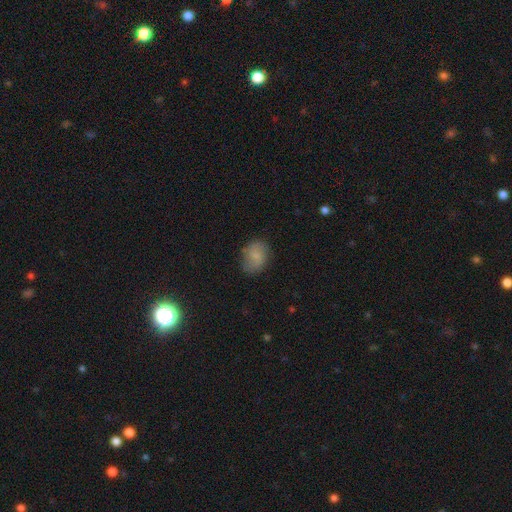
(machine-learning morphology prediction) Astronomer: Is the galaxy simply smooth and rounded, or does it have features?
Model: smooth — 72%.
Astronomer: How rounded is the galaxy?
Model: in between — 57% (runner-up: round, 41%).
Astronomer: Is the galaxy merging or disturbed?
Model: none — 75%.